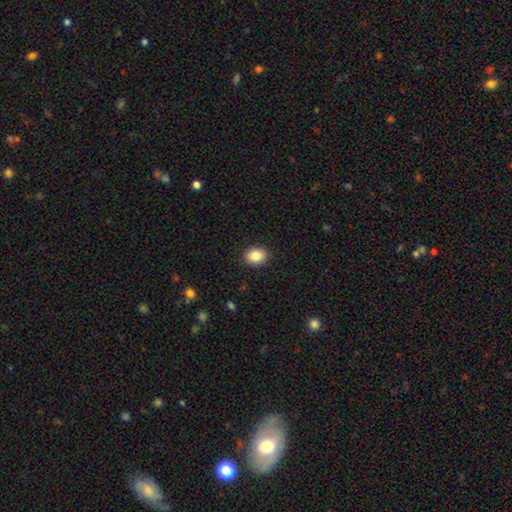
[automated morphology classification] Smooth or featured: smooth — 88% (star or artifact — 8%)
How rounded: in between — 61% (round — 38%)
Merging: none — 90% (minor disturbance — 7%)